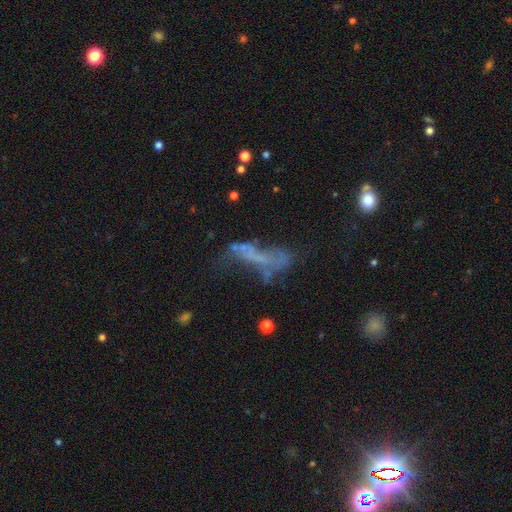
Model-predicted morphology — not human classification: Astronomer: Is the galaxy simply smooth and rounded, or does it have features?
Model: featured or disk — 47% (runner-up: smooth, 30%).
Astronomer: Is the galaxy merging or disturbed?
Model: major disturbance — 36% (runner-up: none, 31%).